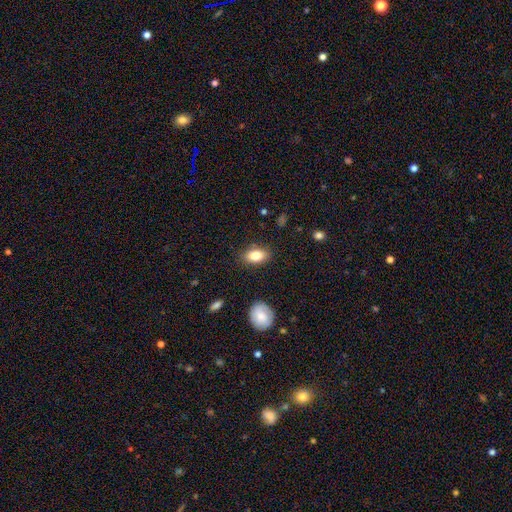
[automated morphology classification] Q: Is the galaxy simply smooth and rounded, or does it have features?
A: smooth — 81%.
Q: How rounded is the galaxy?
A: in between — 88%.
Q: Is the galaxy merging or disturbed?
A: none — 86%.